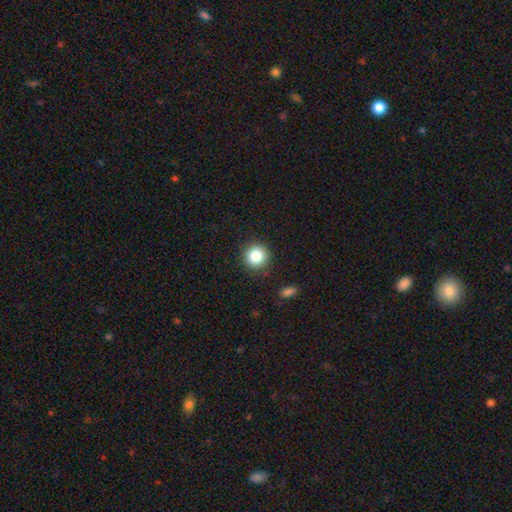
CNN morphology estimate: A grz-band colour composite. It shows a smooth galaxy with no disk features (84%) that is round (94%). Merging: none (89%).